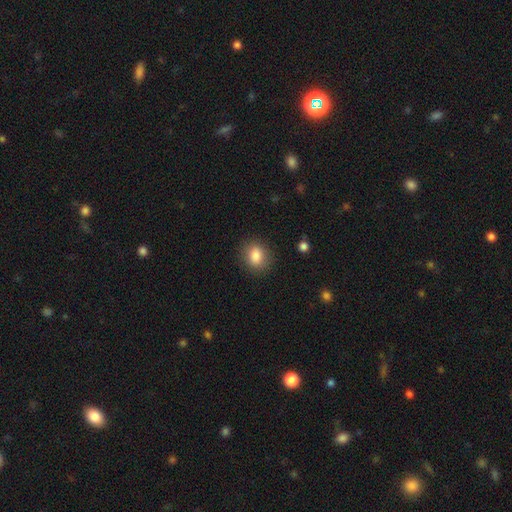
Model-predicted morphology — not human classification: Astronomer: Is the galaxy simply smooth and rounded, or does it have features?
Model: smooth — 85%.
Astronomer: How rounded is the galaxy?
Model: round — 53% (runner-up: in between, 45%).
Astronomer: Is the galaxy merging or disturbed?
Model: none — 86%.